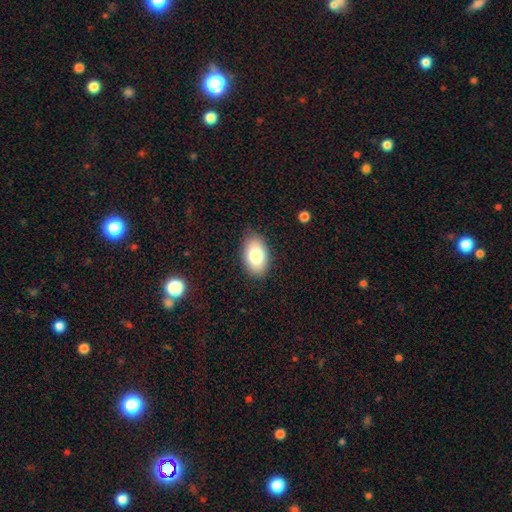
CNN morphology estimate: Smooth or featured?
  - smooth: 80% *
  - featured or disk: 13%
  - star or artifact: 7%
How rounded?
  - in between: 92% *
  - round: 7%
  - cigar-shaped: 1%
Merging?
  - none: 85% *
  - minor disturbance: 12%
  - major disturbance: 3%
  - merger: 1%